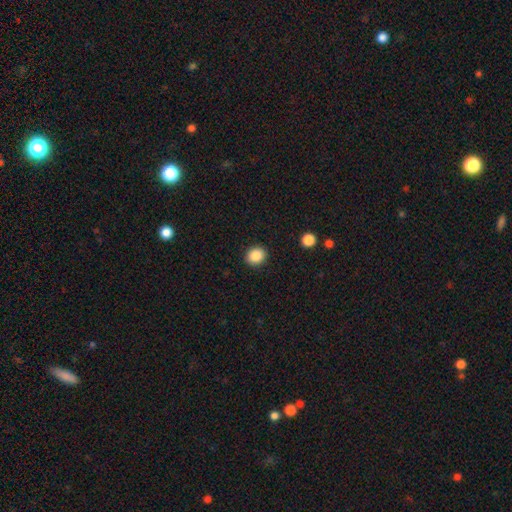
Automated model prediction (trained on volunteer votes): Smooth or featured: smooth — 87% (star or artifact — 9%)
How rounded: round — 65% (in between — 34%)
Merging: none — 91% (minor disturbance — 6%)